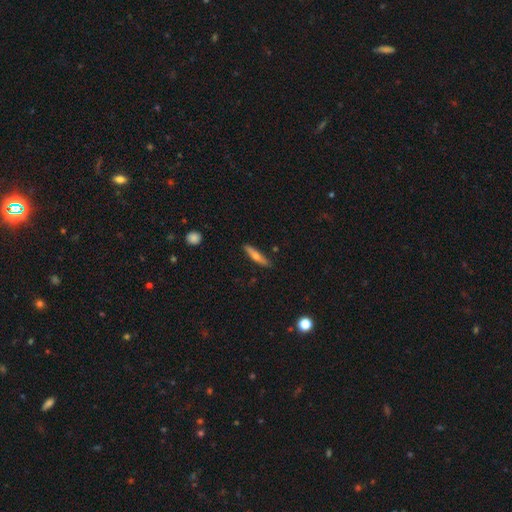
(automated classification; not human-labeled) smooth_or_featured: smooth (p=0.50) [alt: featured or disk p=0.44]
merging: none (p=0.87) [alt: minor disturbance p=0.10]